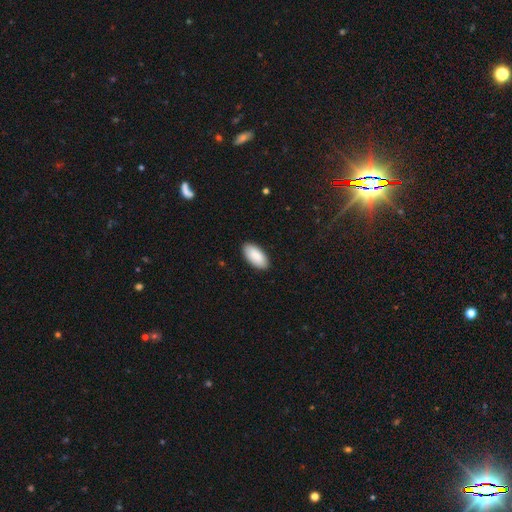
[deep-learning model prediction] Smooth or featured? Predicted: smooth (p=0.90). How rounded? Predicted: in between (p=0.94). Merging? Predicted: none (p=0.89).